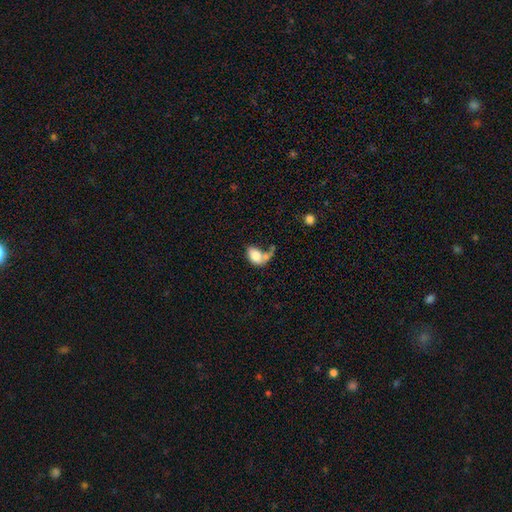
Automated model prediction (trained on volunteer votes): Overall: smooth (77%). How rounded: in between (86%). Merging: merger (33%; none 29%).